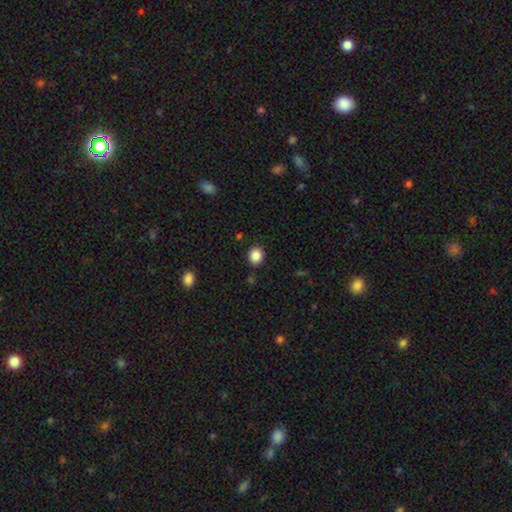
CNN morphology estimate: Overall: smooth (86%). How rounded: round (76%). Merging: none (89%).